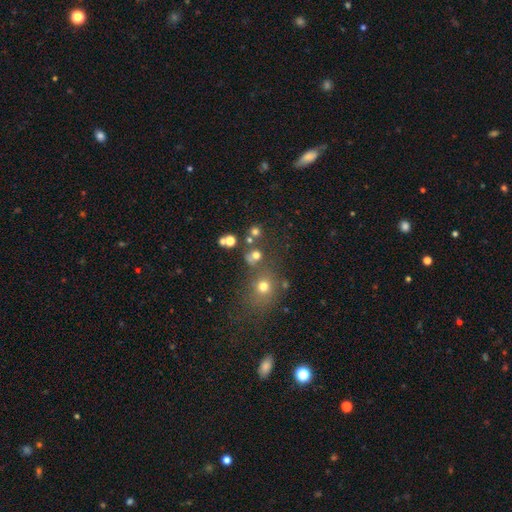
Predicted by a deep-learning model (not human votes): Q: Smooth or featured?
A: smooth (67%); runner-up: star or artifact (23%)
Q: How rounded?
A: round (87%); runner-up: in between (12%)
Q: Merging?
A: none (64%); runner-up: merger (22%)